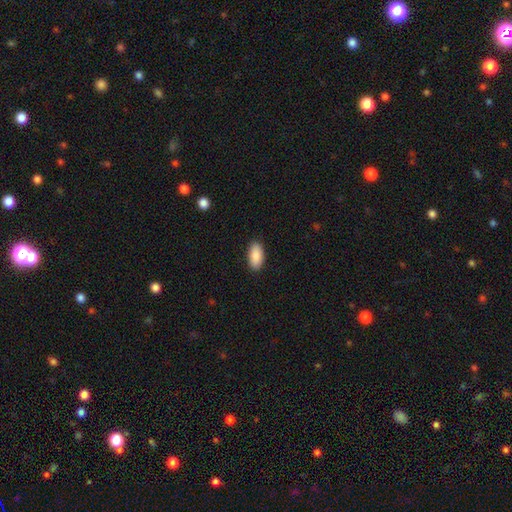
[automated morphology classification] A smooth galaxy with no disk features (89%) that is in between round and cigar-shaped (93%).

Vote fractions:
- Smooth or featured? smooth: 89% / star or artifact: 6% / featured or disk: 5%
- How rounded? in between: 93% / cigar-shaped: 5% / round: 2%
- Merging? none: 90% / minor disturbance: 7% / major disturbance: 2% / merger: 1%